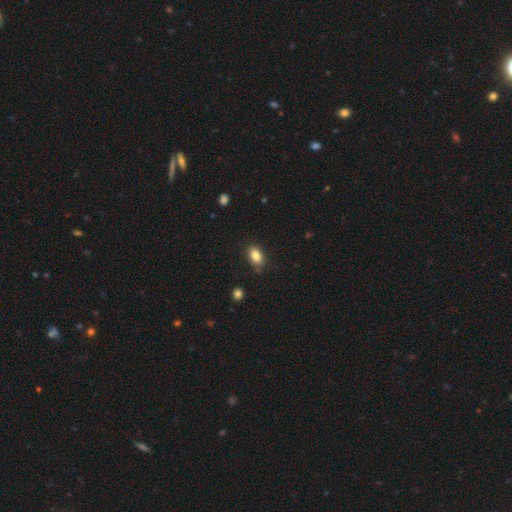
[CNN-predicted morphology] smooth-or-featured: smooth: 84% | star or artifact: 9% | featured or disk: 7%
  how-rounded: in between: 88% | round: 9% | cigar-shaped: 3%
  merging: none: 82% | minor disturbance: 13% | major disturbance: 3% | merger: 2%